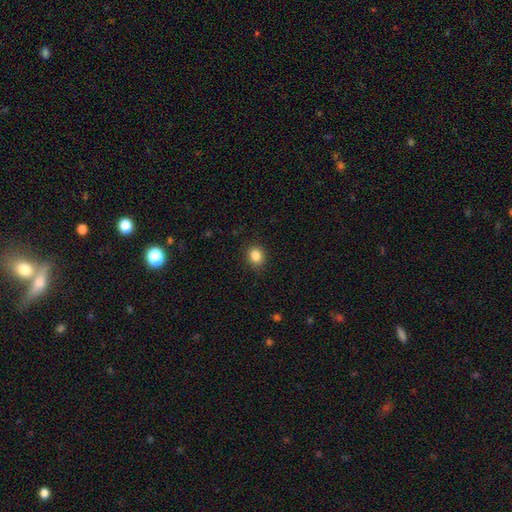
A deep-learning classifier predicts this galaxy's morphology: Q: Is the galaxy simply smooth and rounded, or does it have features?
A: smooth — 86%.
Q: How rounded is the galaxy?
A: round — 66%.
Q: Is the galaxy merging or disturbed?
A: none — 87%.